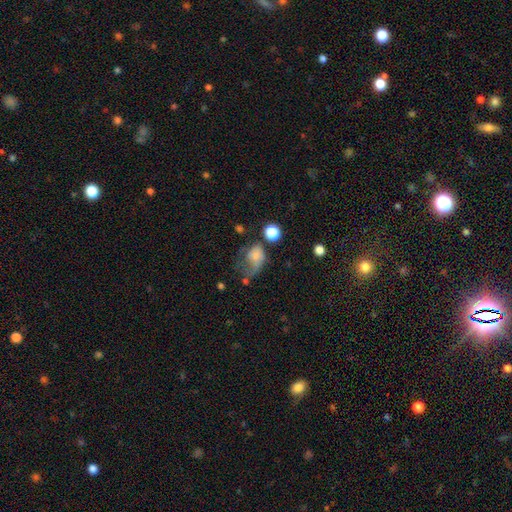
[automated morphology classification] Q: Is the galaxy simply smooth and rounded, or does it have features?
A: smooth — 64%.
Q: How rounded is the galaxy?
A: in between — 63%.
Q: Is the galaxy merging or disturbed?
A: major disturbance — 49%.